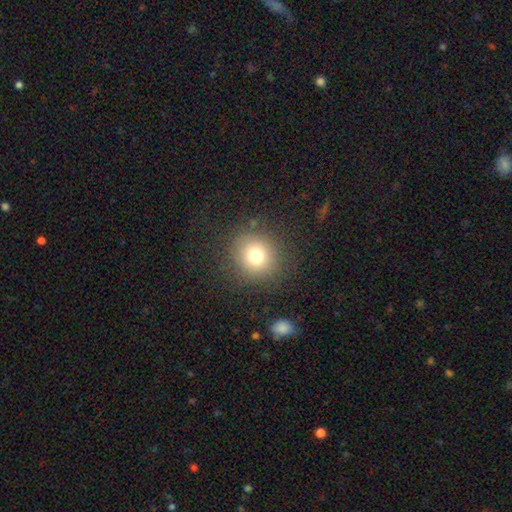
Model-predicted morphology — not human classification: Smooth or featured? Predicted: smooth (p=0.75). How rounded? Predicted: round (p=0.89). Merging? Predicted: none (p=0.86).